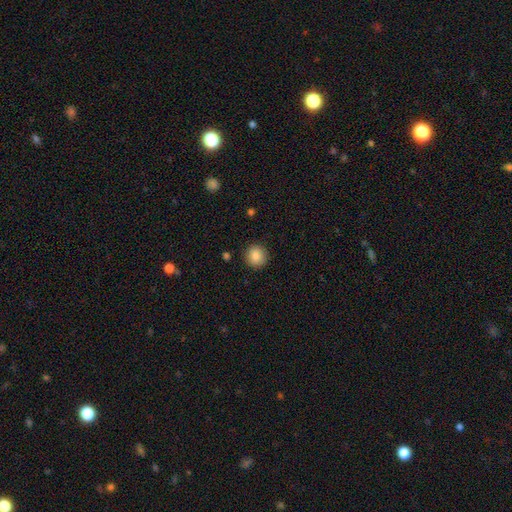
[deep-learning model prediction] Smooth or featured: smooth — 86% (star or artifact — 9%)
How rounded: round — 92% (in between — 8%)
Merging: none — 91% (minor disturbance — 6%)